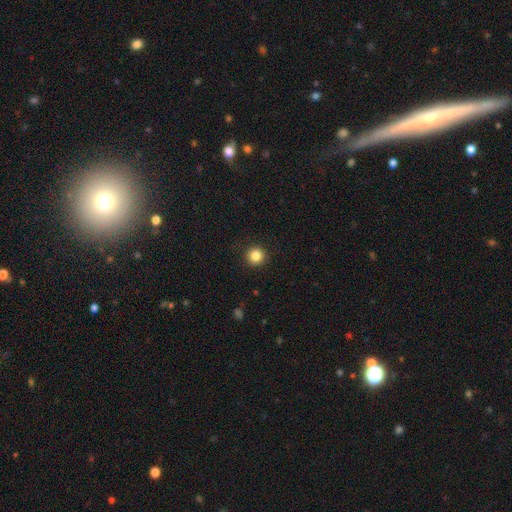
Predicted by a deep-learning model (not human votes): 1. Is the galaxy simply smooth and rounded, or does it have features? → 85% smooth, 11% star or artifact, 4% featured or disk.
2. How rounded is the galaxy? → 95% round, 4% in between, 1% cigar-shaped.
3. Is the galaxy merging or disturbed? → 91% none, 6% minor disturbance, 2% major disturbance, 1% merger.